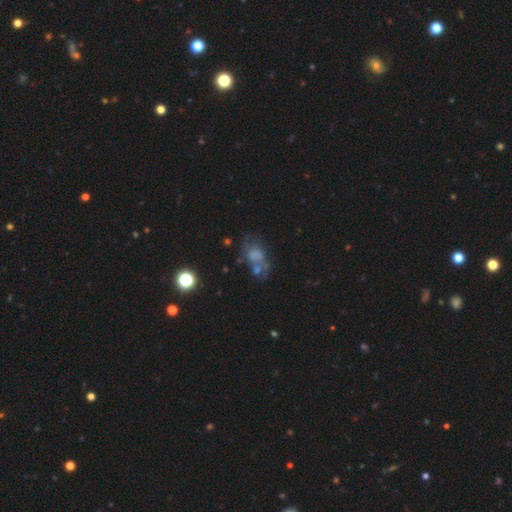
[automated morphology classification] A featured or disk galaxy (42%).

Vote fractions:
- Smooth or featured? featured or disk: 42% / smooth: 41% / star or artifact: 17%
- Merging? none: 32% / major disturbance: 27% / merger: 22% / minor disturbance: 19%